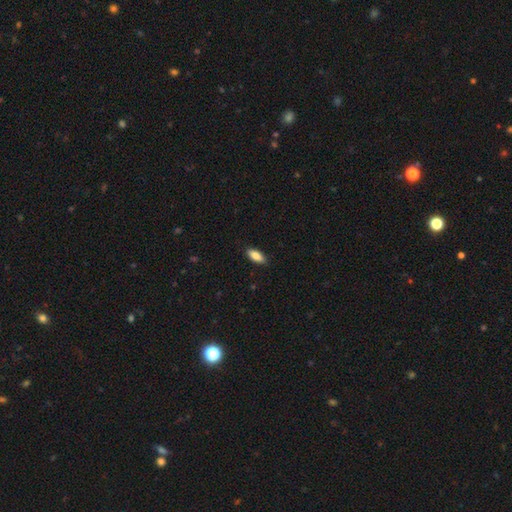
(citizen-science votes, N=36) Q: Smooth or featured?
A: smooth (92%); runner-up: featured or disk (6%)
Q: How rounded?
A: in between (91%); runner-up: cigar-shaped (9%)
Q: Merging?
A: none (89%); runner-up: minor disturbance (9%)